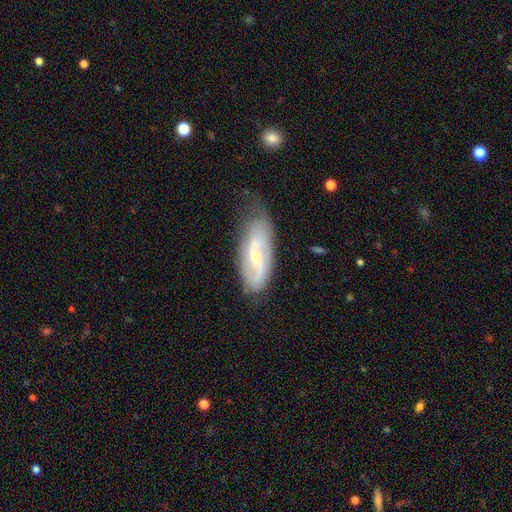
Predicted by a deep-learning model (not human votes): smooth_or_featured: featured or disk (p=0.75) [alt: smooth p=0.20]
disk_edge_on: no (p=0.91) [alt: yes p=0.09]
bar: weak (p=0.46) [alt: no p=0.28]
has_spiral_arms: yes (p=0.90) [alt: no p=0.10]
spiral_winding: loose (p=0.49) [alt: medium p=0.35]
spiral_arm_count: 2 (p=0.81) [alt: can't tell p=0.11]
bulge_size: small (p=0.64) [alt: moderate p=0.31]
merging: none (p=0.61) [alt: minor disturbance p=0.28]